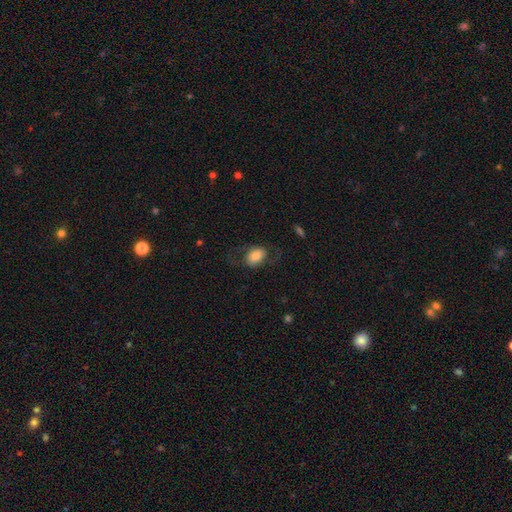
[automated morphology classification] Q: Smooth or featured?
A: smooth (65%); runner-up: featured or disk (27%)
Q: How rounded?
A: in between (76%); runner-up: round (23%)
Q: Merging?
A: none (62%); runner-up: major disturbance (19%)